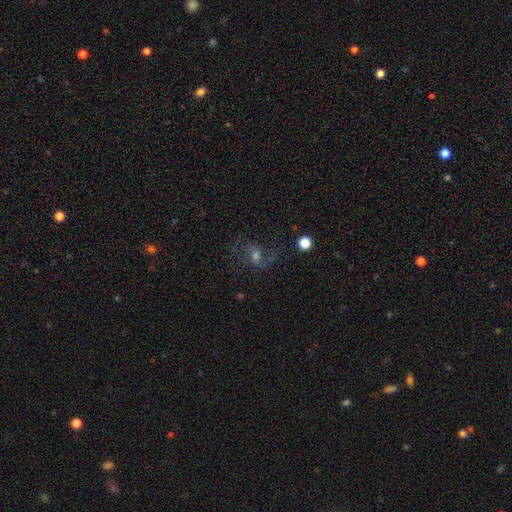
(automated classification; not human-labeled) A featured or disk galaxy (65%) with no bar (45%), 2 (82%) loose (56%) spiral arms (90%) and a moderate central bulge (52%).

Vote fractions:
- Smooth or featured? featured or disk: 65% / star or artifact: 20% / smooth: 15%
- Edge-on disk? no: 96% / yes: 4%
- Bar? no: 45% / weak: 42% / strong: 13%
- Spiral arms? yes: 90% / no: 10%
- Spiral winding? loose: 56% / medium: 36% / tight: 8%
- Spiral arm count? 2: 82% / 1: 7% / can't tell: 6% / 3: 2% / 4: 1% / more than 4: 1%
- Bulge size? moderate: 52% / small: 34% / large: 8% / none: 5% / dominant: 2%
- Merging? none: 66% / major disturbance: 16% / minor disturbance: 14% / merger: 3%